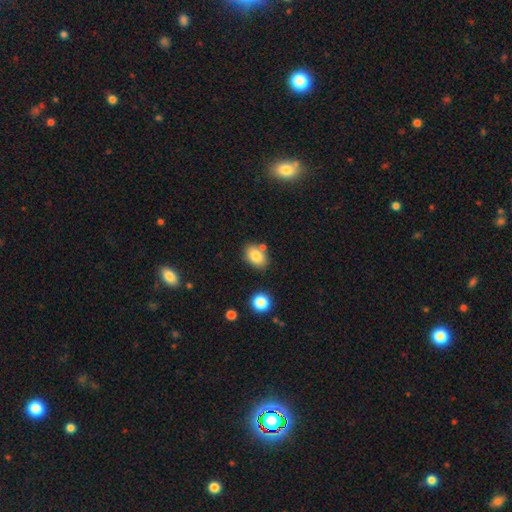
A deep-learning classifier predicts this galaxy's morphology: The model was most divided on "merging": none: 74%, minor disturbance: 12%, merger: 10%, major disturbance: 3%. More confident: how rounded — in between (82%); smooth or featured — smooth (82%).